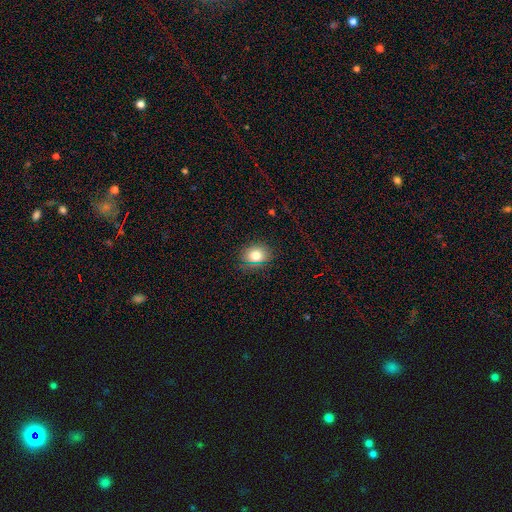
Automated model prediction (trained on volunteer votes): Smooth or featured? smooth (78%)
How rounded? round (60%)
Merging? none (84%)